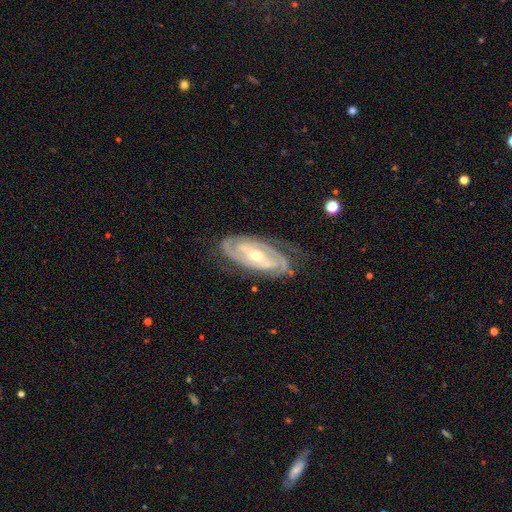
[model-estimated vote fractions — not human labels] This is clearly a featured or disk galaxy (89%). It is clearly not viewed edge-on (93%). Bar: marginally no (42%). Spiral arm pattern: clearly yes (97%). Spiral arm count: possibly 2 (56%). Spiral winding: likely tight (72%). Central bulge: possibly moderate (54%). Merging: likely none (74%).